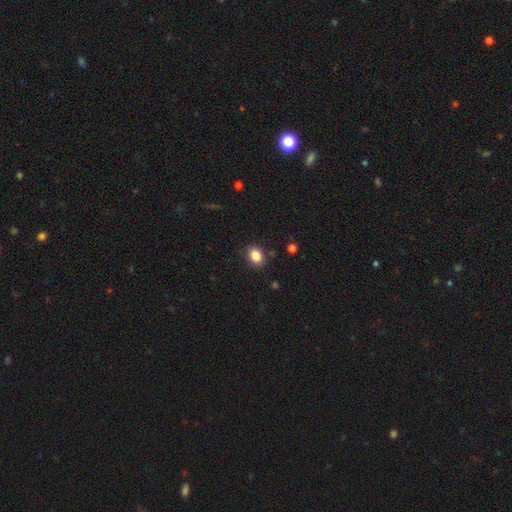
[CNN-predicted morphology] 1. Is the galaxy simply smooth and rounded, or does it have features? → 85% smooth, 10% star or artifact, 5% featured or disk.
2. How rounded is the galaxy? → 65% in between, 34% round, 1% cigar-shaped.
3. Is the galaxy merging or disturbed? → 86% none, 10% minor disturbance, 2% major disturbance, 2% merger.